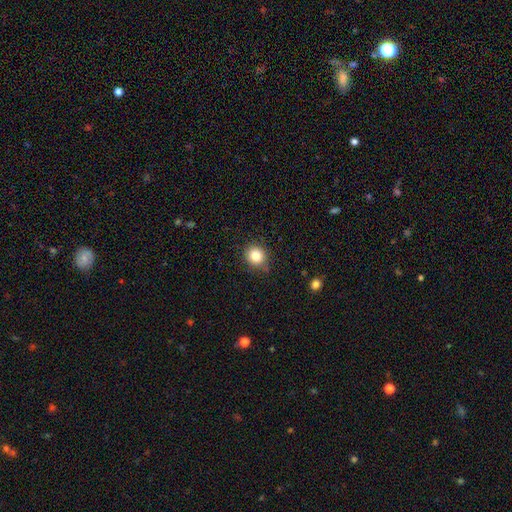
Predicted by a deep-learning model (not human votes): Morphology: type=smooth (83%); roundness=round (81%); merging=none (79%).